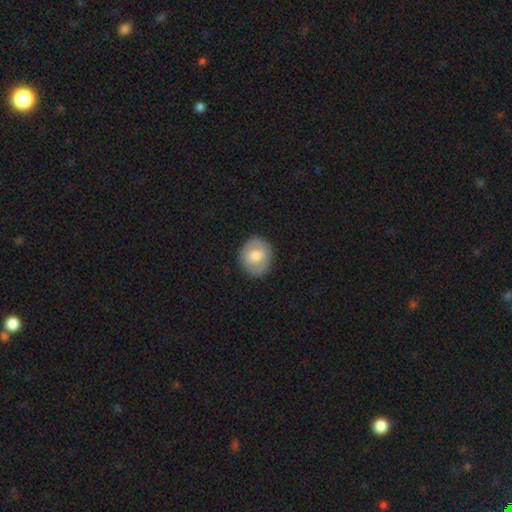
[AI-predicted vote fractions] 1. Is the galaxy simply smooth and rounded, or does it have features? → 68% smooth, 25% featured or disk, 7% star or artifact.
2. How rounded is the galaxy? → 67% round, 32% in between, 1% cigar-shaped.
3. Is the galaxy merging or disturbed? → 84% none, 12% minor disturbance, 3% major disturbance, 1% merger.